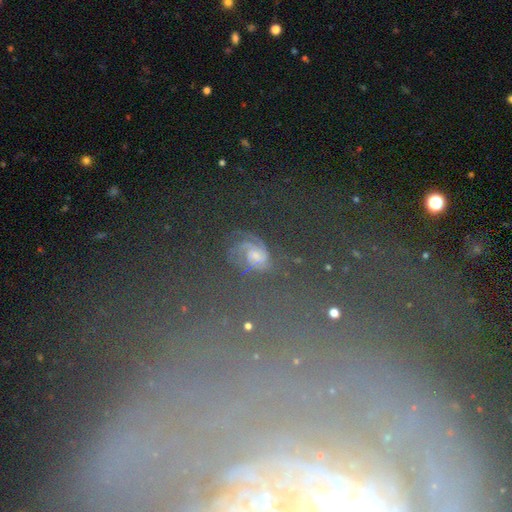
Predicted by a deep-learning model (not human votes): Smooth or featured? Predicted: featured or disk (p=0.42). Merging? Predicted: none (p=0.57).